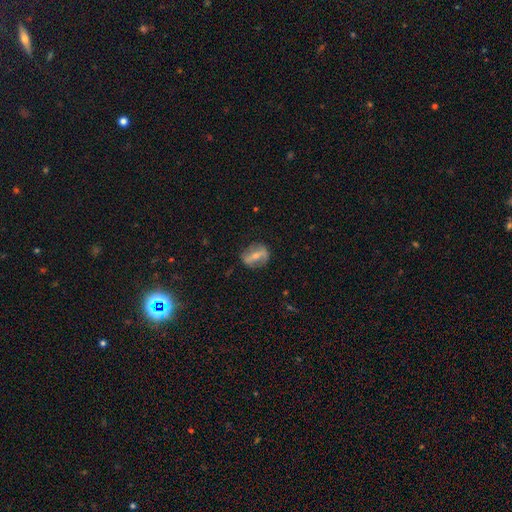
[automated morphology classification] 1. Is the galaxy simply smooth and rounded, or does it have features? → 58% featured or disk, 34% smooth, 8% star or artifact.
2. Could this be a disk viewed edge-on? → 82% no, 18% yes.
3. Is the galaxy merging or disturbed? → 77% none, 16% minor disturbance, 6% major disturbance, 2% merger.